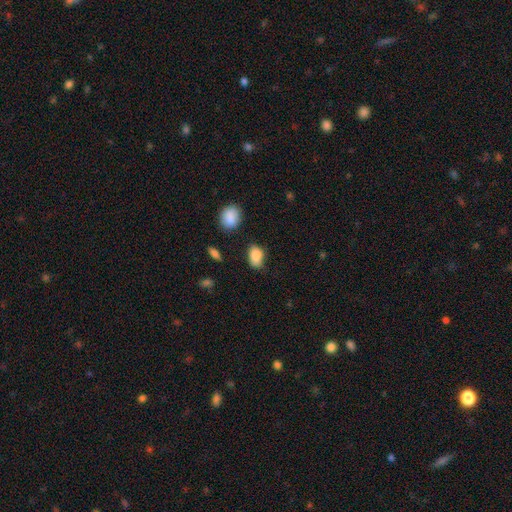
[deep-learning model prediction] smooth 87%, star or artifact 8%, featured or disk 5%. Down the decision tree: how rounded — in between (85%); merging — none (74%).